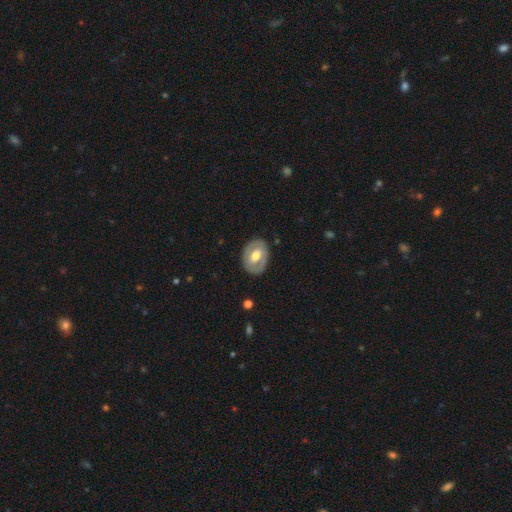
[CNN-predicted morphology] Smooth or featured?
  - featured or disk: 55% *
  - smooth: 40%
  - star or artifact: 5%
Edge-on disk?
  - no: 93% *
  - yes: 7%
Bar?
  - no: 53% *
  - weak: 33%
  - strong: 14%
Spiral arms?
  - no: 72% *
  - yes: 28%
Bulge size?
  - moderate: 64% *
  - large: 26%
  - small: 8%
  - dominant: 1%
  - none: 1%
Merging?
  - none: 83% *
  - minor disturbance: 12%
  - major disturbance: 4%
  - merger: 1%